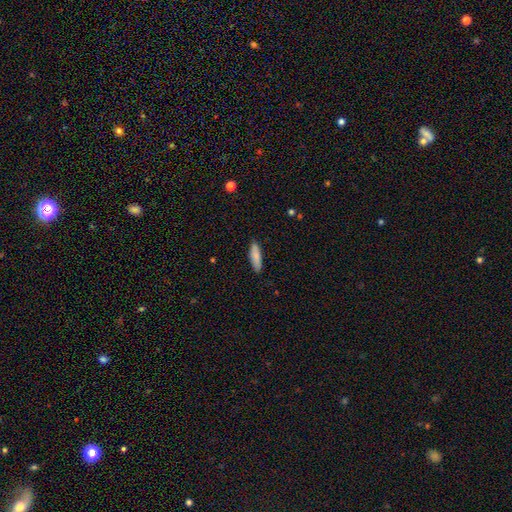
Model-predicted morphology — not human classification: smooth_or_featured: smooth (p=0.85) [alt: featured or disk p=0.09]
how_rounded: cigar-shaped (p=0.62) [alt: in between p=0.37]
merging: none (p=0.87) [alt: minor disturbance p=0.10]